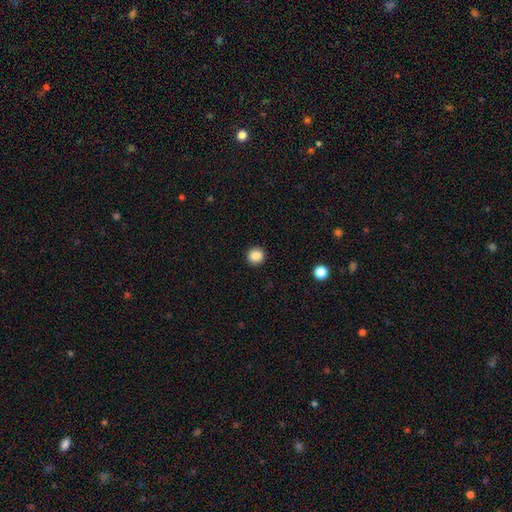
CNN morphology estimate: Smooth or featured? Predicted: smooth (p=0.87). How rounded? Predicted: round (p=0.93). Merging? Predicted: none (p=0.93).